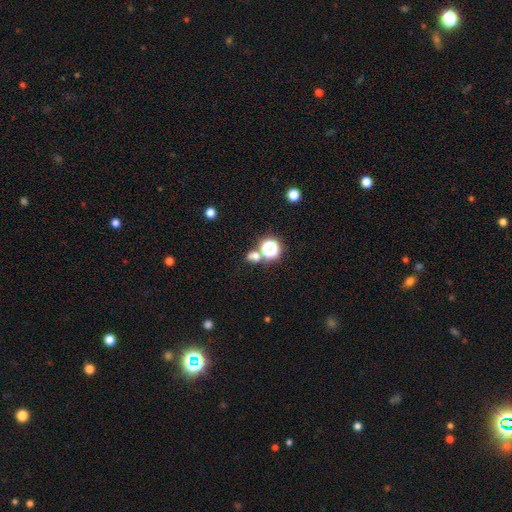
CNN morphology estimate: Smooth or featured? smooth (56%)
How rounded? round (72%)
Merging? none (61%)